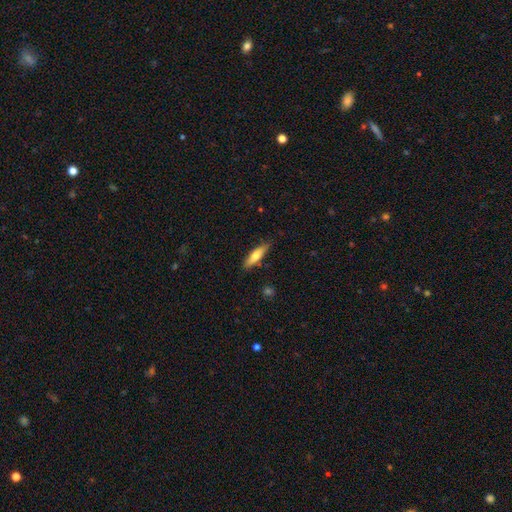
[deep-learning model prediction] The model was most divided on "smooth or featured": smooth: 63%, featured or disk: 31%, star or artifact: 6%. More confident: merging — none (84%); how rounded — cigar-shaped (70%).